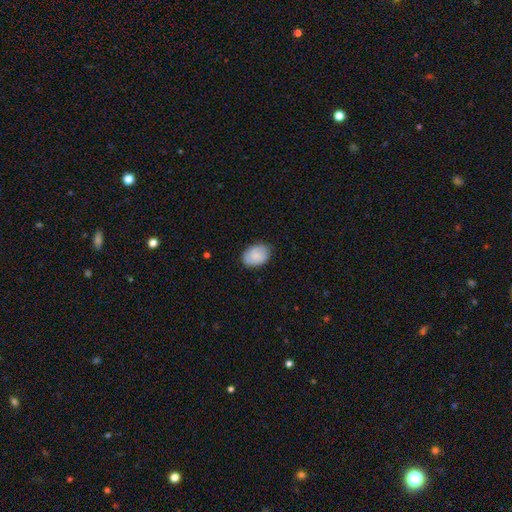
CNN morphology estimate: This appears to be a smooth galaxy with no disk features (77%) that is in between round and cigar-shaped (80%). Merging: none (80%).